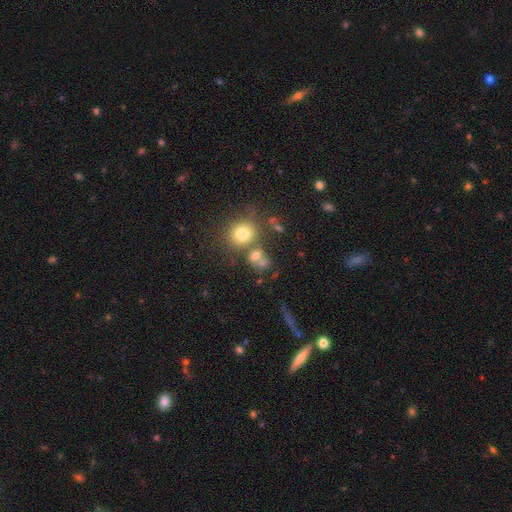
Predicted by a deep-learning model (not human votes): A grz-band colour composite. It shows a smooth galaxy with no disk features (68%) that is round (61%). Merging: none (44%).